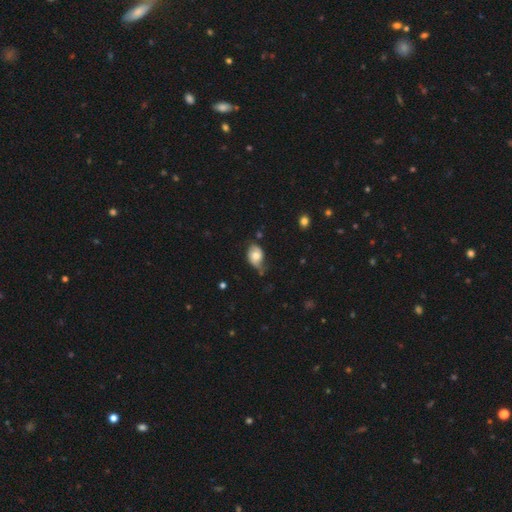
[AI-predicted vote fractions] Overall: smooth (60%; featured or disk 32%). How rounded: in between (79%). Merging: none (45%; minor disturbance 38%).